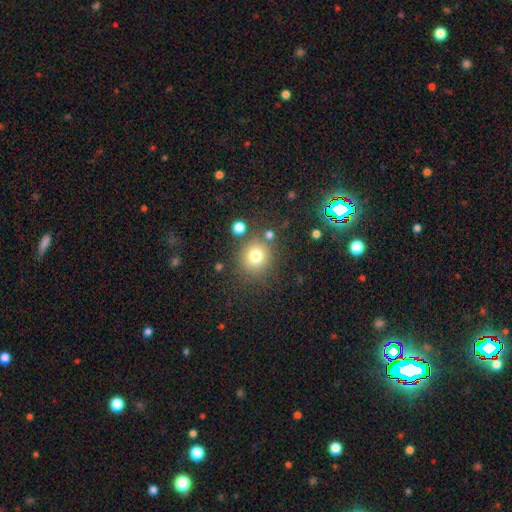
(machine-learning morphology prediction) Smooth or featured: smooth — 77% (star or artifact — 14%)
How rounded: round — 87% (in between — 12%)
Merging: none — 78% (minor disturbance — 11%)